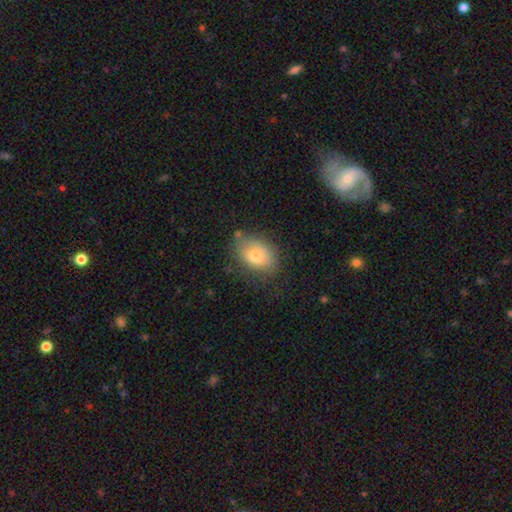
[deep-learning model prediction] This appears to be a smooth galaxy with no disk features (76%) that is in between round and cigar-shaped (82%). Merging: none (71%).